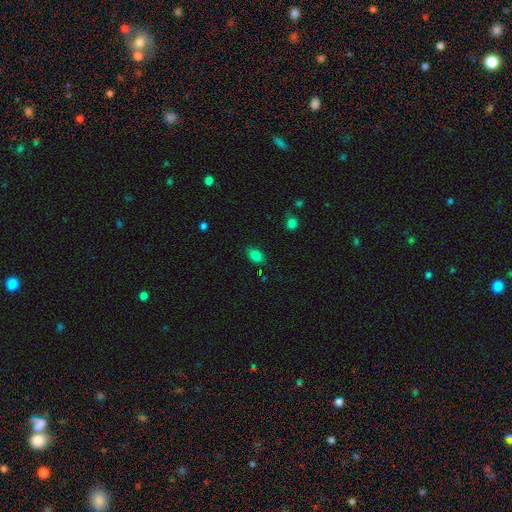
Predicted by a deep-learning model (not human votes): A smooth galaxy with no disk features (82%) that is in between round and cigar-shaped (83%).

Vote fractions:
- Smooth or featured? smooth: 82% / star or artifact: 12% / featured or disk: 6%
- How rounded? in between: 83% / round: 16% / cigar-shaped: 2%
- Merging? none: 83% / minor disturbance: 13% / major disturbance: 3% / merger: 2%